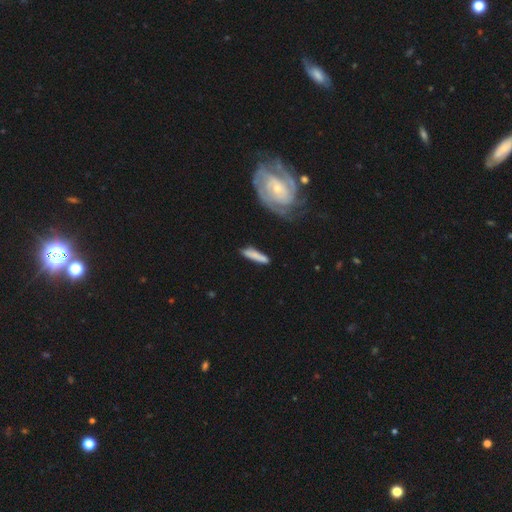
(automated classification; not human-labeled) Smooth or featured?
  - smooth: 72% *
  - featured or disk: 22%
  - star or artifact: 6%
How rounded?
  - cigar-shaped: 83% *
  - in between: 15%
  - round: 2%
Merging?
  - none: 76% *
  - minor disturbance: 16%
  - major disturbance: 4%
  - merger: 4%